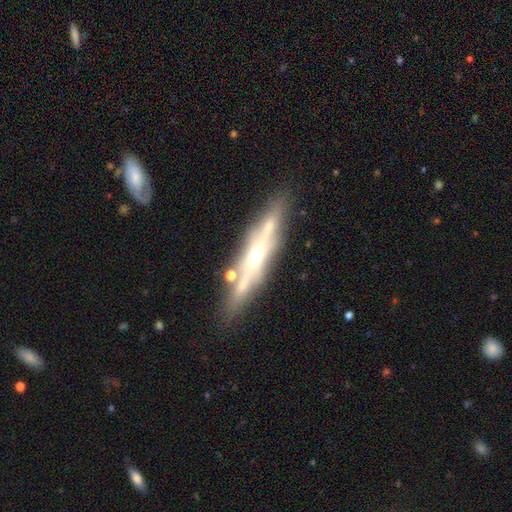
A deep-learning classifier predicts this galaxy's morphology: A featured or disk galaxy (74%) viewed edge-on (88%) with a rounded central bulge (80%).

Vote fractions:
- Smooth or featured? featured or disk: 74% / smooth: 19% / star or artifact: 7%
- Edge-on disk? yes: 88% / no: 12%
- Edge-on bulge? rounded: 80% / none: 15% / boxy: 5%
- Merging? none: 79% / minor disturbance: 12% / merger: 6% / major disturbance: 3%